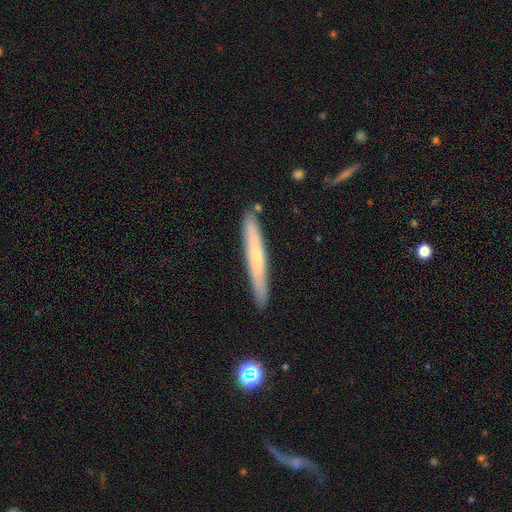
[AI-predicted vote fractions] Smooth or featured? smooth (49%)
Merging? none (86%)